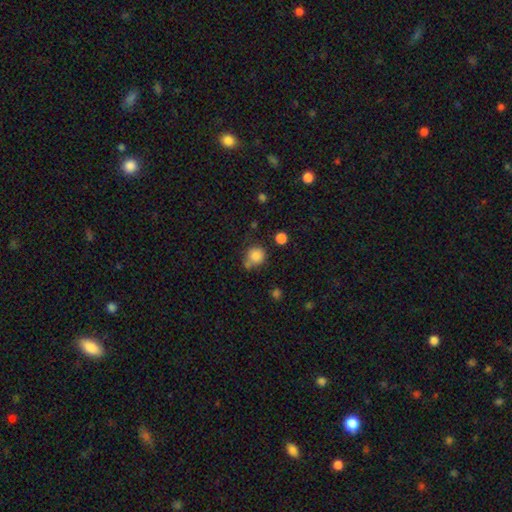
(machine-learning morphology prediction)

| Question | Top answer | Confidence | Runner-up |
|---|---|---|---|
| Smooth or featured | smooth | 84% | star or artifact (11%) |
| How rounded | round | 85% | in between (14%) |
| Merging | none | 60% | minor disturbance (19%) |